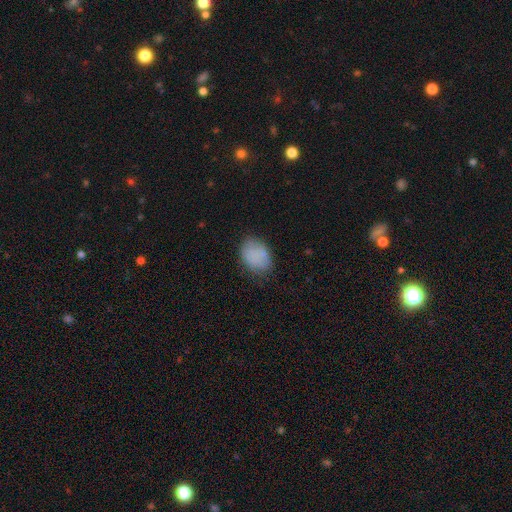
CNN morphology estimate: A smooth galaxy with no disk features (81%) that is in between round and cigar-shaped (75%). Merging: none (68%).